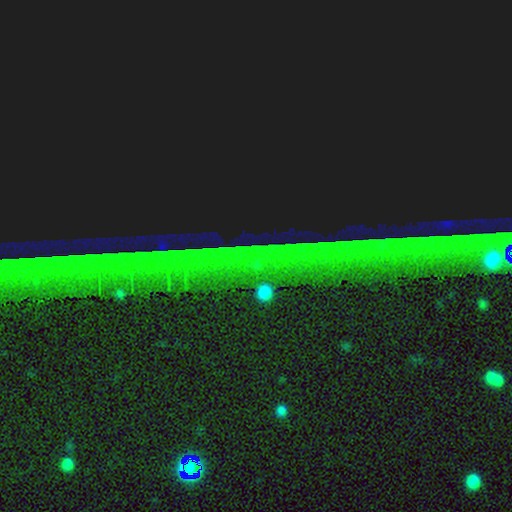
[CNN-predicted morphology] A star or artifact, not a galaxy (88%).

Vote fractions:
- Smooth or featured? star or artifact: 88% / featured or disk: 7% / smooth: 6%